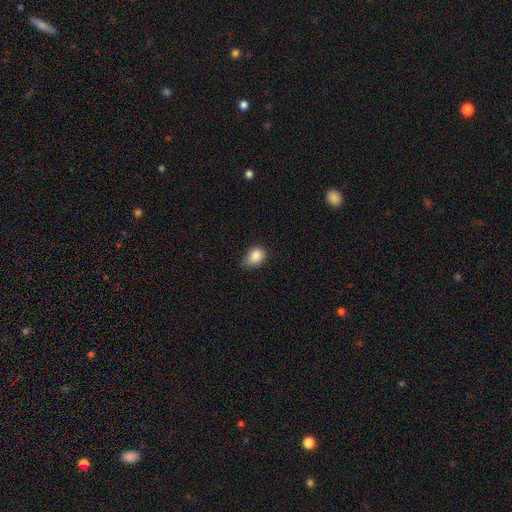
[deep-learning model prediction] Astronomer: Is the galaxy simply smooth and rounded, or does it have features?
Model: smooth — 86%.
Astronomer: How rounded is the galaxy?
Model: in between — 58% (runner-up: round, 40%).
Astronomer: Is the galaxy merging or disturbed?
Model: none — 52% (runner-up: minor disturbance, 39%).